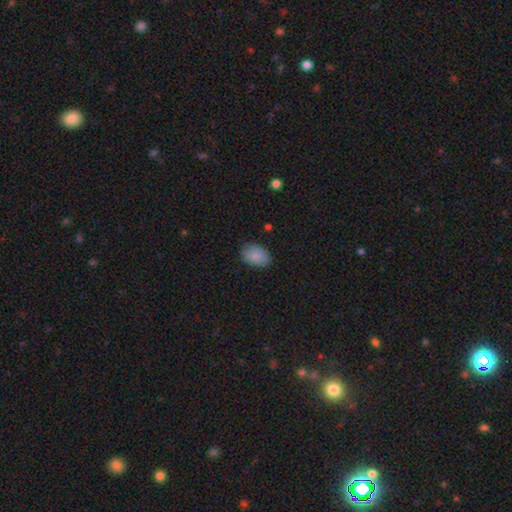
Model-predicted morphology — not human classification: Smooth or featured: smooth — 87% (star or artifact — 8%)
How rounded: in between — 86% (round — 13%)
Merging: none — 83% (minor disturbance — 13%)